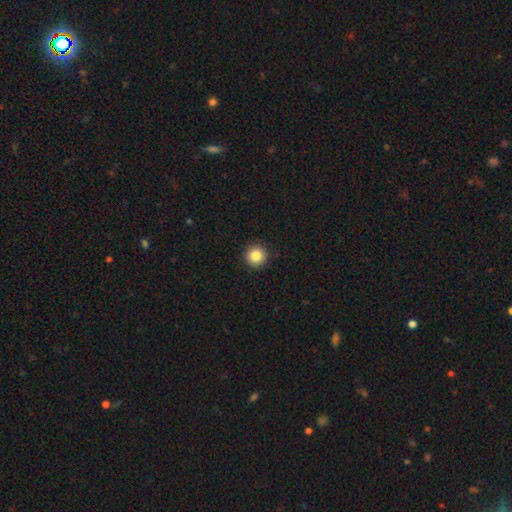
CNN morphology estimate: smooth 84%, star or artifact 11%, featured or disk 6%. Down the decision tree: how rounded — round (96%); merging — none (93%).